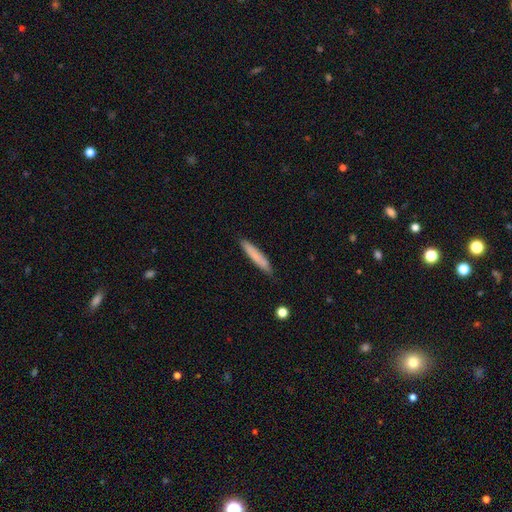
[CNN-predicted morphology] Smooth or featured?
  - smooth: 77% *
  - featured or disk: 17%
  - star or artifact: 6%
How rounded?
  - cigar-shaped: 92% *
  - in between: 7%
  - round: 1%
Merging?
  - none: 83% *
  - minor disturbance: 13%
  - major disturbance: 2%
  - merger: 1%